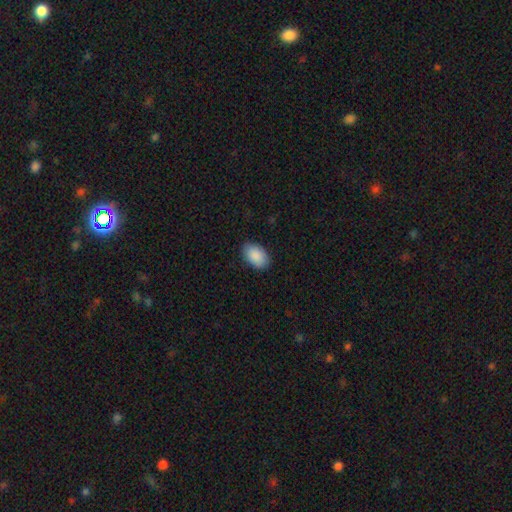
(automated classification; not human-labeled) smooth-or-featured: smooth: 90% | star or artifact: 6% | featured or disk: 4%
  how-rounded: in between: 92% | round: 7% | cigar-shaped: 1%
  merging: none: 87% | minor disturbance: 10% | major disturbance: 2% | merger: 1%